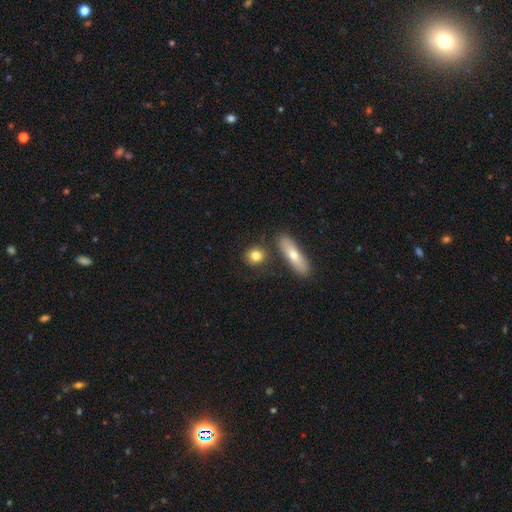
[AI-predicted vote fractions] The model was most divided on "how rounded": round: 63%, in between: 30%, cigar-shaped: 7%. More confident: smooth or featured — smooth (80%); merging — none (76%).